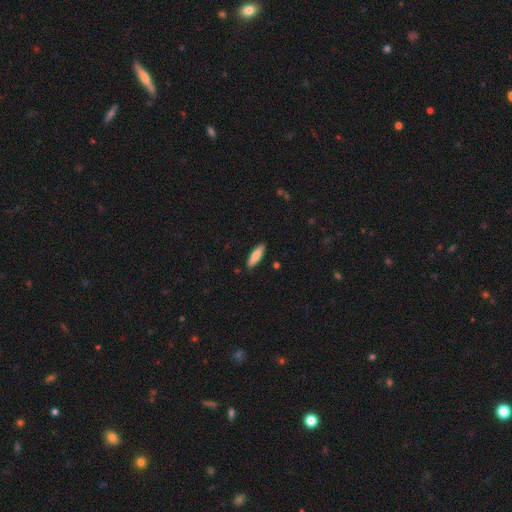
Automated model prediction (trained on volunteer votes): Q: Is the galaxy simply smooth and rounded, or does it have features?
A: smooth — 81%.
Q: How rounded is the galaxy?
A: cigar-shaped — 60%.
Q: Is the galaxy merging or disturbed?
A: none — 89%.